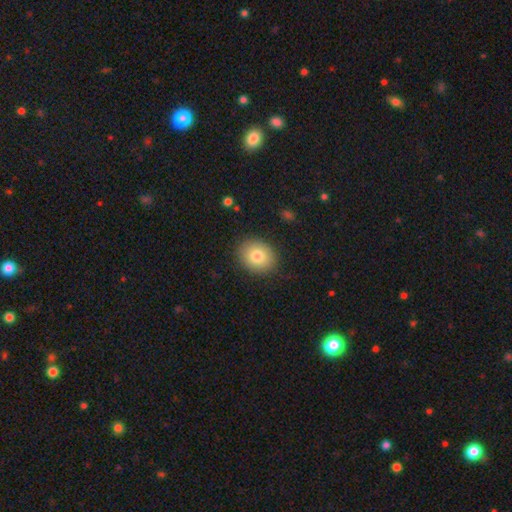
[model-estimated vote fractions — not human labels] A smooth galaxy with no disk features (81%) that is round (64%).

Vote fractions:
- Smooth or featured? smooth: 81% / featured or disk: 10% / star or artifact: 9%
- How rounded? round: 64% / in between: 35% / cigar-shaped: 1%
- Merging? none: 88% / minor disturbance: 9% / major disturbance: 2% / merger: 1%